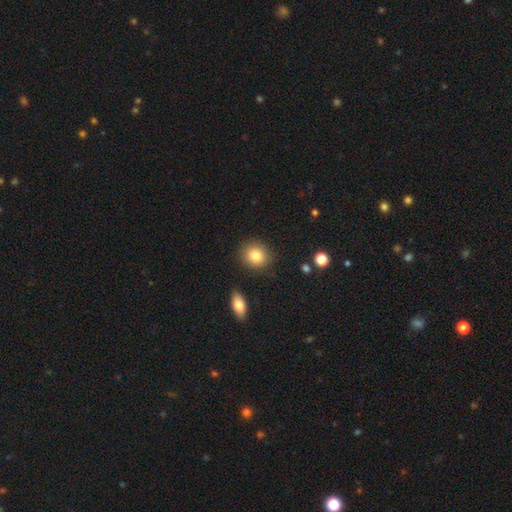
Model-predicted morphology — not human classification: Smooth or featured? smooth (83%)
How rounded? round (81%)
Merging? none (87%)